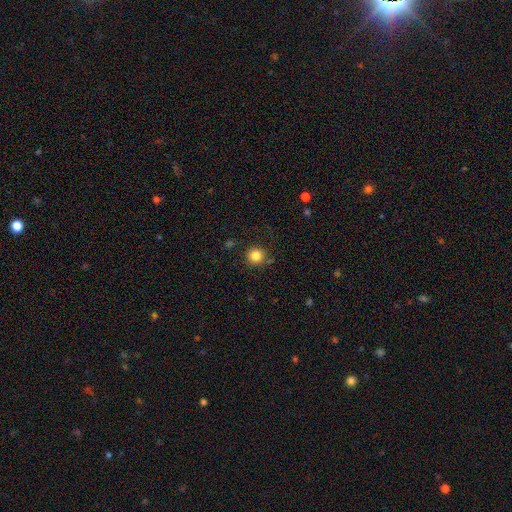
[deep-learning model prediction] This is clearly a smooth galaxy (83%). How rounded: clearly round (94%). Merging: clearly none (83%).